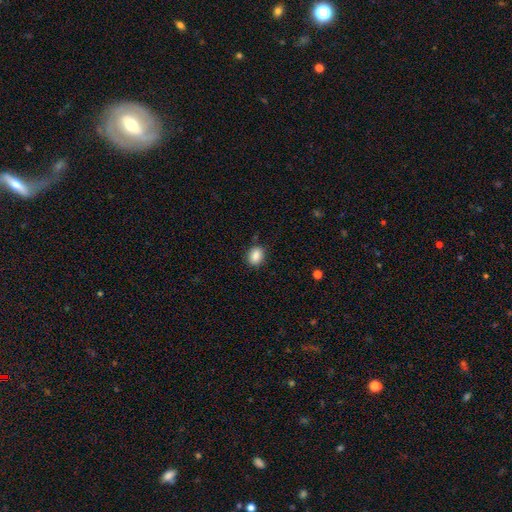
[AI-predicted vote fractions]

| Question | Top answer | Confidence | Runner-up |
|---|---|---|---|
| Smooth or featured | smooth | 87% | star or artifact (9%) |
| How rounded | in between | 57% | round (42%) |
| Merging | none | 84% | minor disturbance (12%) |